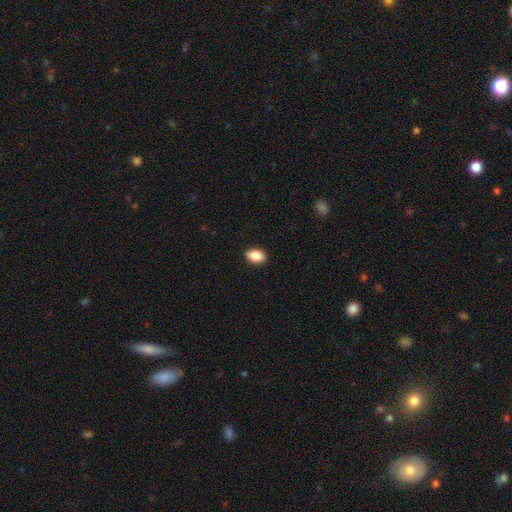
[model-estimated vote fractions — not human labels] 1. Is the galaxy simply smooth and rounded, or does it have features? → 87% smooth, 8% star or artifact, 5% featured or disk.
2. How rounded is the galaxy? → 85% in between, 13% round, 2% cigar-shaped.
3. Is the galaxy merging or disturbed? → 89% none, 8% minor disturbance, 2% major disturbance, 1% merger.